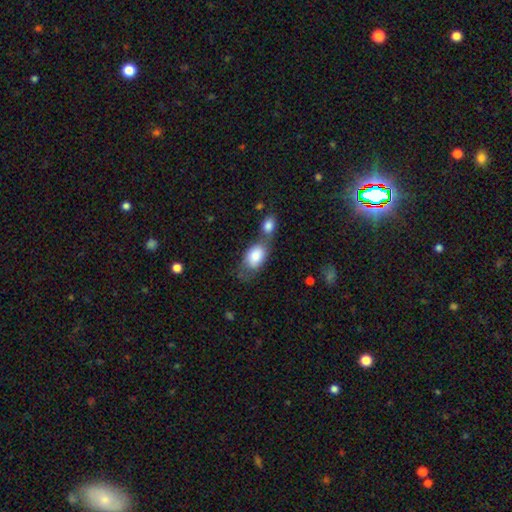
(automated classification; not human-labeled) Smooth or featured? smooth (80%)
How rounded? in between (87%)
Merging? merger (48%)